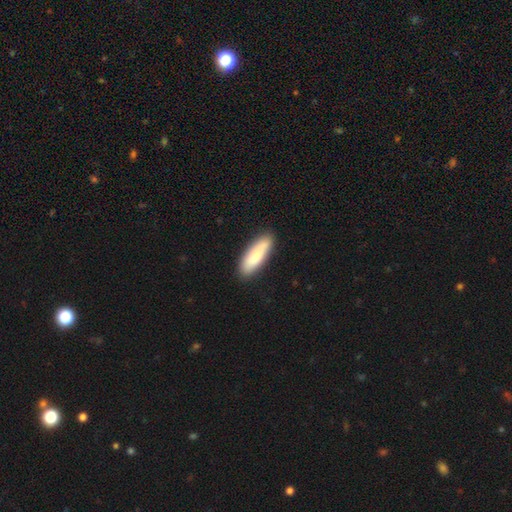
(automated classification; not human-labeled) Morphology: type=smooth (81%); roundness=cigar-shaped (49%, tied with in between); merging=none (86%).